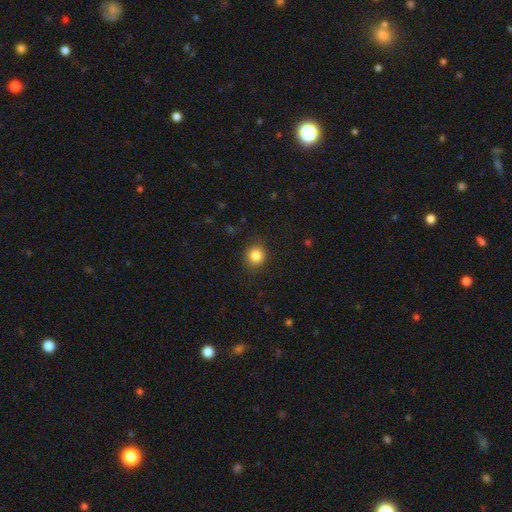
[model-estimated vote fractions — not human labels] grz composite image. It shows a smooth galaxy with no disk features (84%) that is round (89%). Merging: none (88%).